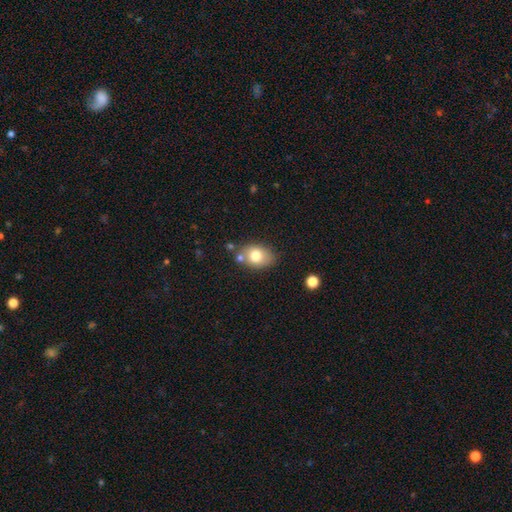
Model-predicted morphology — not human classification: Smooth or featured? Predicted: smooth (p=0.76). How rounded? Predicted: in between (p=0.74). Merging? Predicted: none (p=0.69).